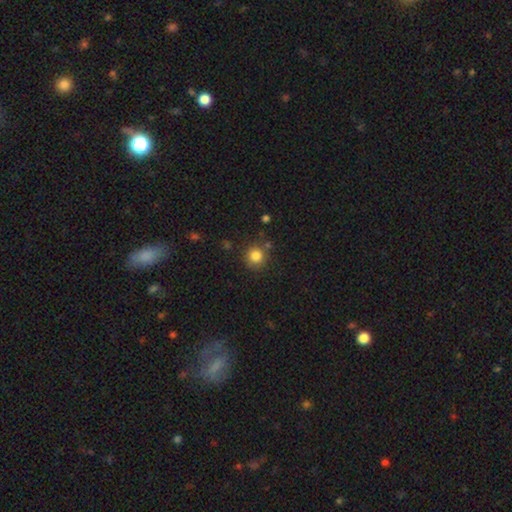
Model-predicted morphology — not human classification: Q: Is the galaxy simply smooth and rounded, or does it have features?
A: smooth — 83%.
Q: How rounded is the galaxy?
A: round — 93%.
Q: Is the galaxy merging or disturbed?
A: none — 82%.